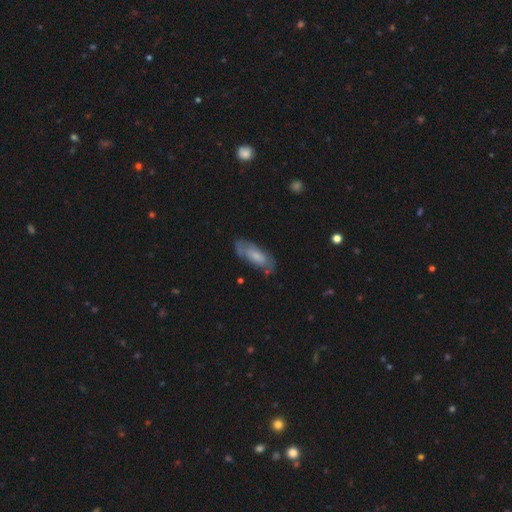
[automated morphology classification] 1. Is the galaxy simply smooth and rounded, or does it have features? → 57% smooth, 36% featured or disk, 7% star or artifact.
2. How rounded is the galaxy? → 73% in between, 25% cigar-shaped, 2% round.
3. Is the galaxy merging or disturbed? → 68% none, 22% minor disturbance, 8% major disturbance, 2% merger.